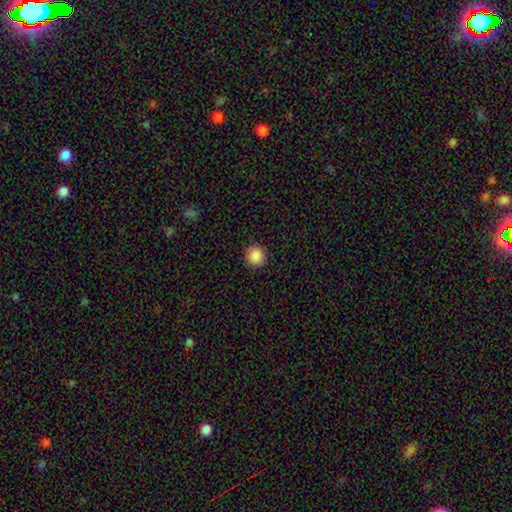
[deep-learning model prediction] A smooth galaxy with no disk features (88%) that is round (90%).

Vote fractions:
- Smooth or featured? smooth: 88% / star or artifact: 9% / featured or disk: 3%
- How rounded? round: 90% / in between: 9% / cigar-shaped: 1%
- Merging? none: 91% / minor disturbance: 6% / major disturbance: 2% / merger: 1%